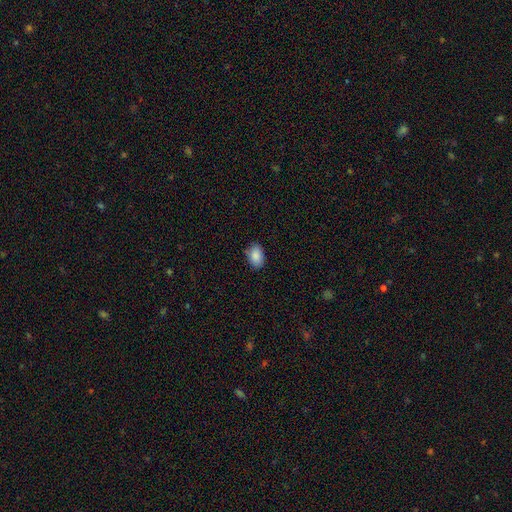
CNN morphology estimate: Q: Smooth or featured?
A: smooth (89%); runner-up: star or artifact (7%)
Q: How rounded?
A: in between (87%); runner-up: round (12%)
Q: Merging?
A: none (83%); runner-up: minor disturbance (13%)